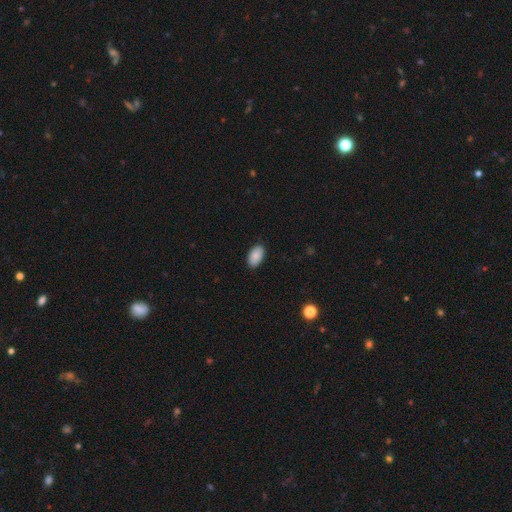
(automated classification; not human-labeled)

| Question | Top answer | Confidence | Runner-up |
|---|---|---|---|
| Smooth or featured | smooth | 89% | star or artifact (7%) |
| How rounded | in between | 95% | round (4%) |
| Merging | none | 88% | minor disturbance (9%) |